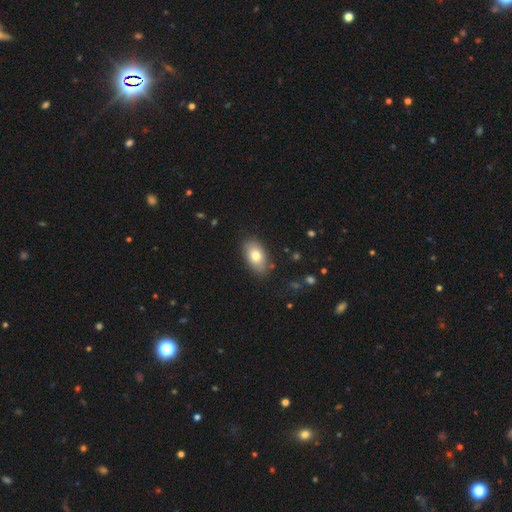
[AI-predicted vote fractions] This appears to be a smooth galaxy with no disk features (78%) that is in between round and cigar-shaped (92%). Merging: none (84%).